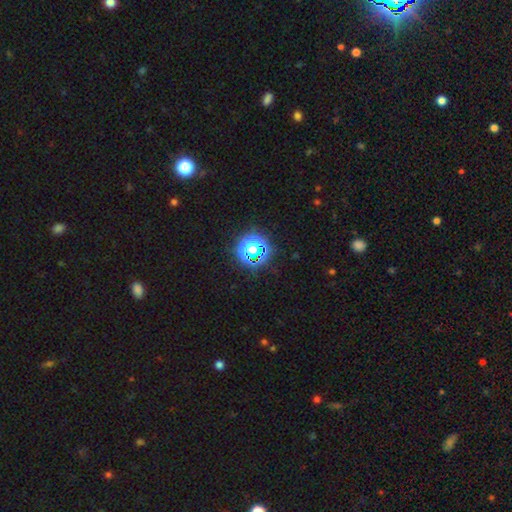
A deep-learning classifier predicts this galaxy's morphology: The model was most divided on "smooth or featured": star or artifact: 61%, smooth: 29%, featured or disk: 9%.